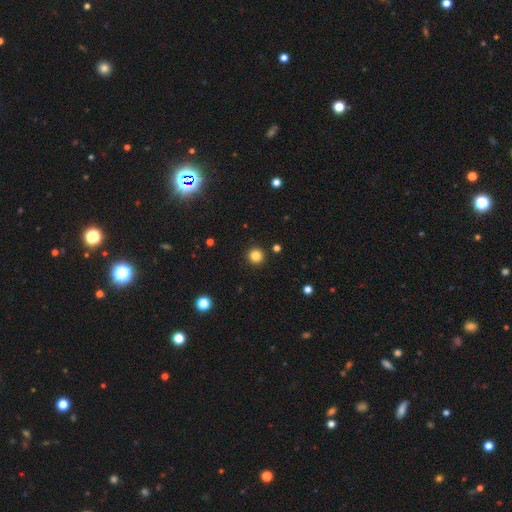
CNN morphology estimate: smooth 83%, star or artifact 13%, featured or disk 4%. Down the decision tree: how rounded — round (96%); merging — none (93%).